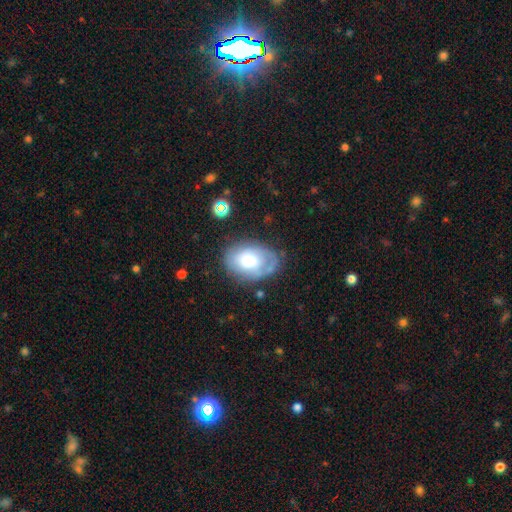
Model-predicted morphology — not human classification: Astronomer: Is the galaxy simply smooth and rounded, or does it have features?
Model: smooth — 55% (runner-up: featured or disk, 37%).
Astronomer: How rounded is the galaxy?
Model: in between — 82%.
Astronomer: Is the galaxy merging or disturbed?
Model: none — 61%.